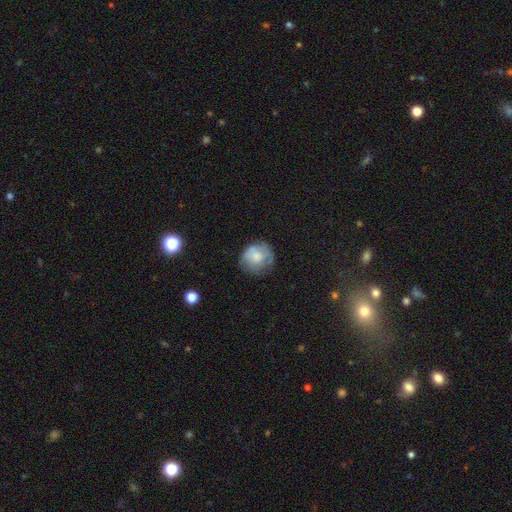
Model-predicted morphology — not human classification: Smooth or featured: smooth — 61% (featured or disk — 30%)
How rounded: round — 84% (in between — 15%)
Merging: none — 62% (minor disturbance — 24%)